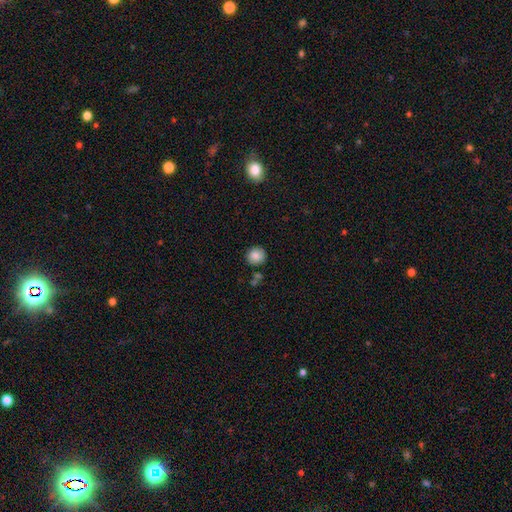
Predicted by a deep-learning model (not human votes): The model was most divided on "merging": none: 83%, minor disturbance: 9%, merger: 5%, major disturbance: 2%. More confident: how rounded — round (90%); smooth or featured — smooth (86%).